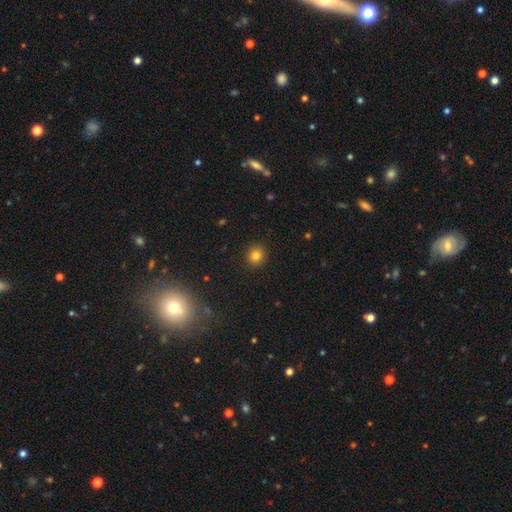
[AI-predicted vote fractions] smooth-or-featured: smooth: 81% | star or artifact: 13% | featured or disk: 6%
  how-rounded: round: 88% | in between: 11% | cigar-shaped: 1%
  merging: none: 92% | minor disturbance: 5% | major disturbance: 2% | merger: 1%